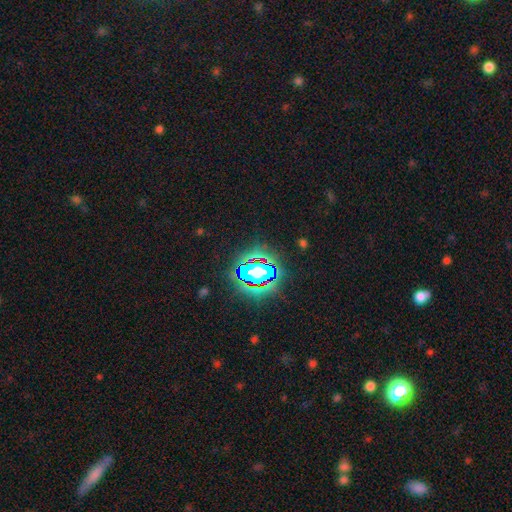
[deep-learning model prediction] This appears to be a star or artifact, not a galaxy (80%).